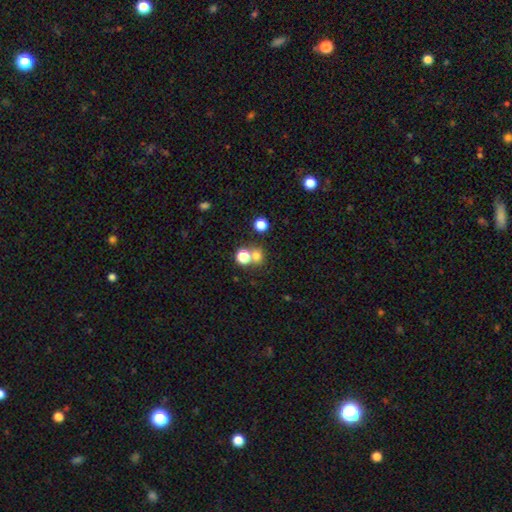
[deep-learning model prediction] smooth 72%, star or artifact 20%, featured or disk 8%. Down the decision tree: how rounded — round (81%); merging — none (56%).